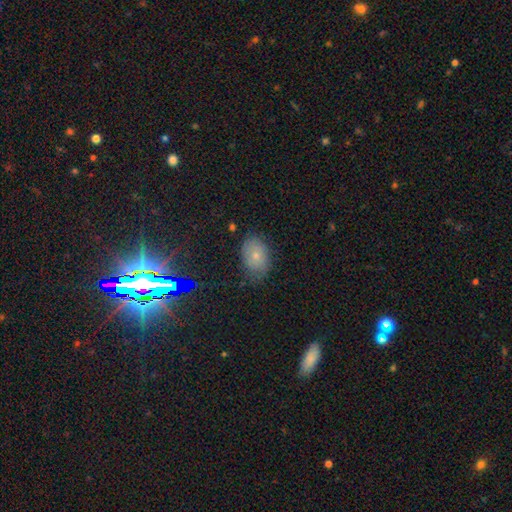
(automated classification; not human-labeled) Q: Smooth or featured?
A: smooth (66%); runner-up: featured or disk (18%)
Q: How rounded?
A: in between (82%); runner-up: round (17%)
Q: Merging?
A: none (70%); runner-up: minor disturbance (22%)